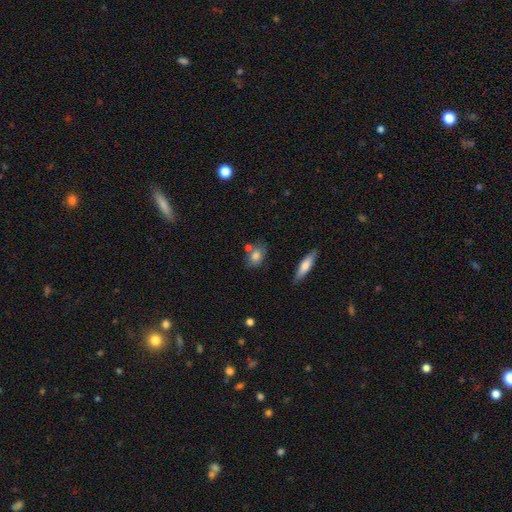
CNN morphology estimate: A smooth galaxy with no disk features (78%) that is in between round and cigar-shaped (72%).

Vote fractions:
- Smooth or featured? smooth: 78% / featured or disk: 13% / star or artifact: 8%
- How rounded? in between: 72% / round: 24% / cigar-shaped: 4%
- Merging? none: 62% / minor disturbance: 17% / merger: 16% / major disturbance: 5%